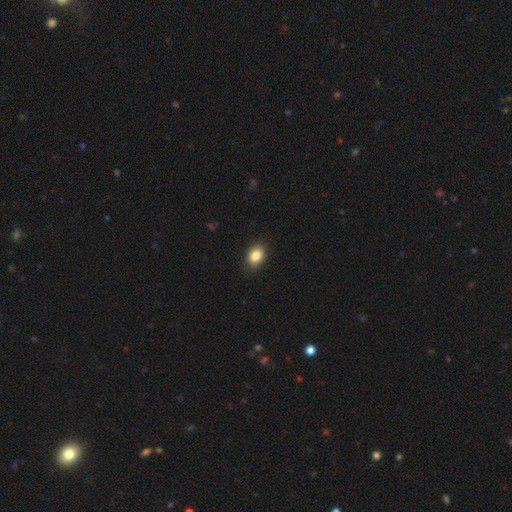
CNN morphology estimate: Q: Smooth or featured?
A: smooth (85%); runner-up: star or artifact (9%)
Q: How rounded?
A: in between (73%); runner-up: round (26%)
Q: Merging?
A: none (89%); runner-up: minor disturbance (8%)